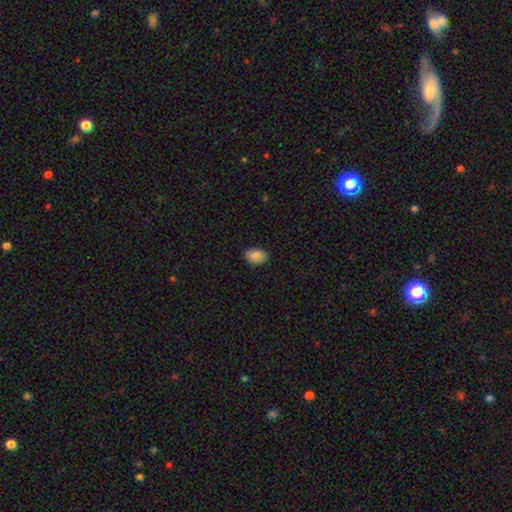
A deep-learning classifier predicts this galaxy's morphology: The model was most divided on "how rounded": in between: 81%, round: 18%, cigar-shaped: 1%. More confident: merging — none (88%); smooth or featured — smooth (85%).